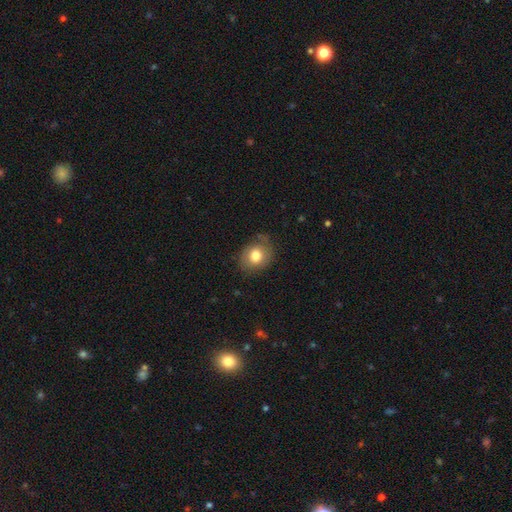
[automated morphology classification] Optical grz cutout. It shows a smooth galaxy with no disk features (76%) that is round (55%). Merging: none (72%).